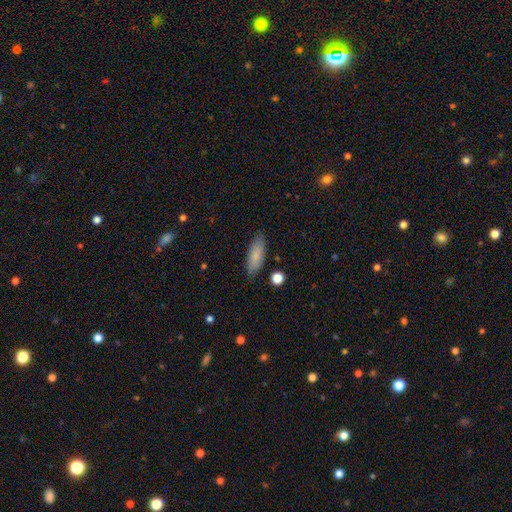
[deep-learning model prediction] smooth 83%, featured or disk 10%, star or artifact 7%. Down the decision tree: how rounded — in between (63%); merging — none (84%).